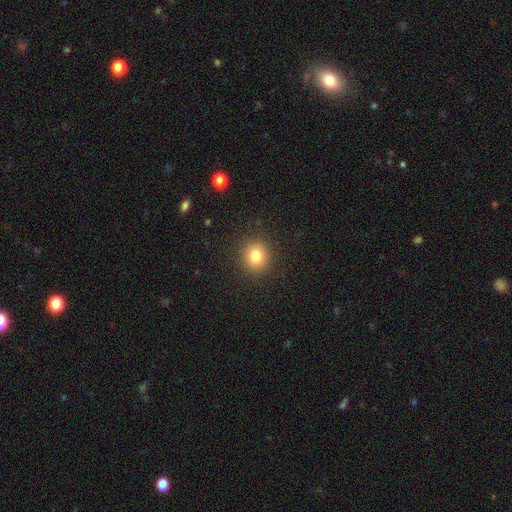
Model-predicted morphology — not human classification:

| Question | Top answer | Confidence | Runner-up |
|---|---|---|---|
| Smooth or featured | smooth | 81% | star or artifact (12%) |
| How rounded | round | 83% | in between (16%) |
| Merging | none | 90% | minor disturbance (7%) |